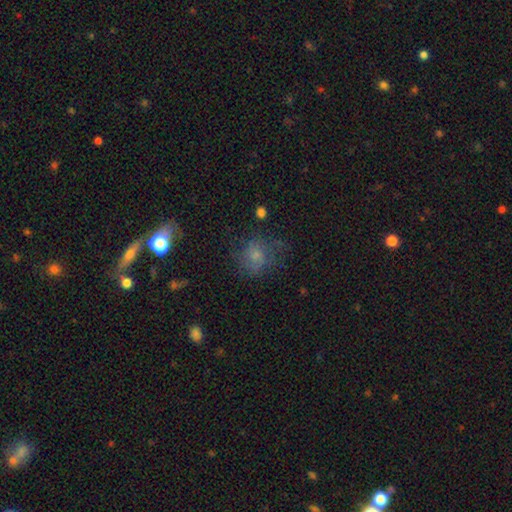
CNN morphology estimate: smooth-or-featured: smooth: 58% | featured or disk: 27% | star or artifact: 15%
  how-rounded: round: 72% | in between: 27% | cigar-shaped: 1%
  merging: none: 55% | minor disturbance: 23% | major disturbance: 20% | merger: 3%